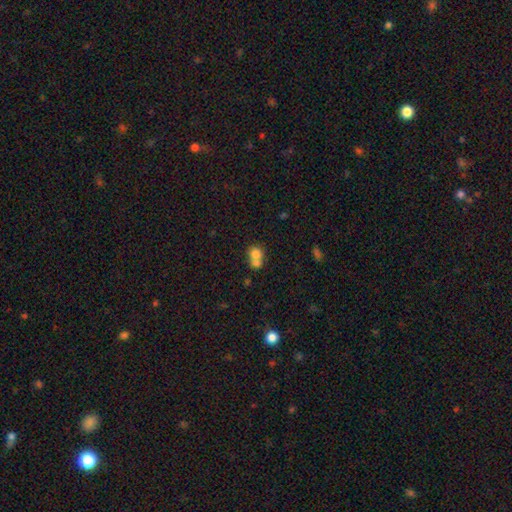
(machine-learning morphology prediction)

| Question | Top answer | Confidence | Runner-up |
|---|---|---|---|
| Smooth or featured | smooth | 75% | featured or disk (14%) |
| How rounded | round | 74% | in between (25%) |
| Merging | merger | 62% | none (29%) |